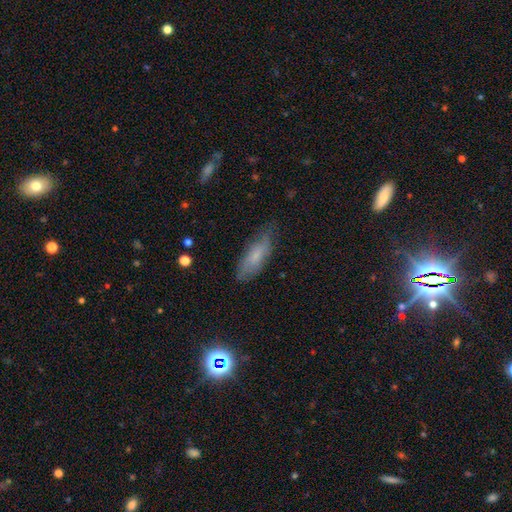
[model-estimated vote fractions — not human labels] smooth-or-featured: smooth: 63% | featured or disk: 29% | star or artifact: 8%
  how-rounded: in between: 63% | cigar-shaped: 35% | round: 2%
  merging: none: 65% | minor disturbance: 27% | major disturbance: 7% | merger: 2%